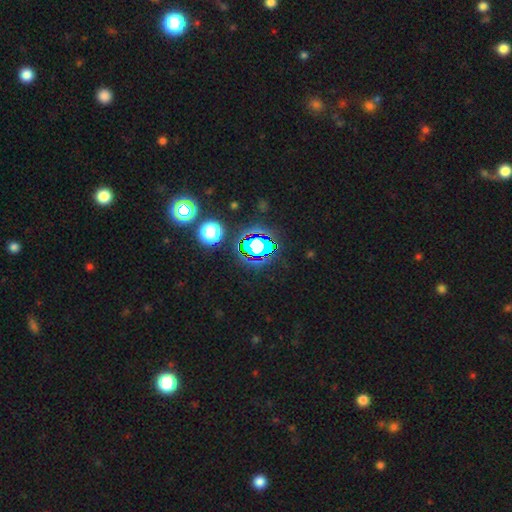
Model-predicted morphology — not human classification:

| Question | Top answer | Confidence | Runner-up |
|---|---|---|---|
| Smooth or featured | star or artifact | 78% | smooth (14%) |